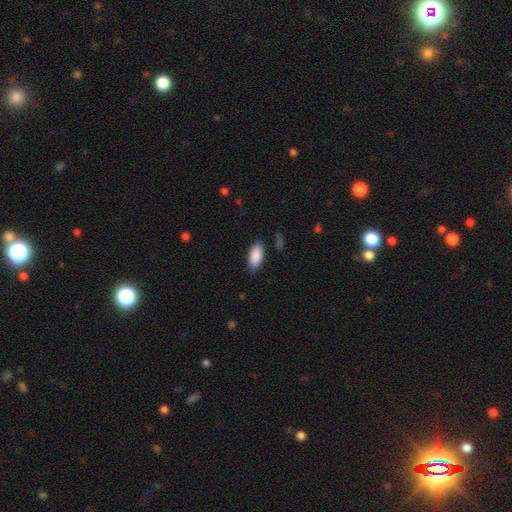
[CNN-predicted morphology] Overall: smooth (89%). How rounded: in between (89%). Merging: none (85%).